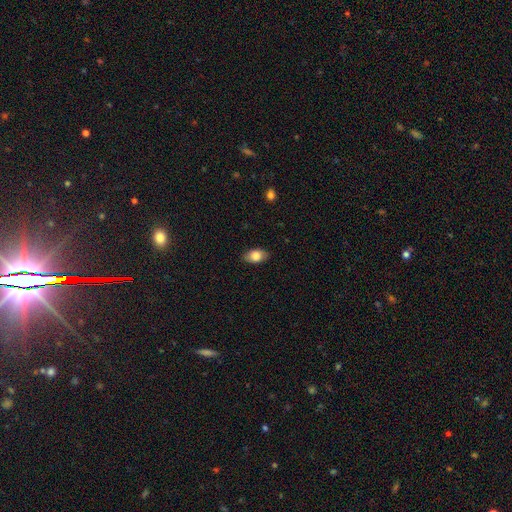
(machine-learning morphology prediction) Smooth or featured? smooth (82%)
How rounded? in between (90%)
Merging? none (85%)